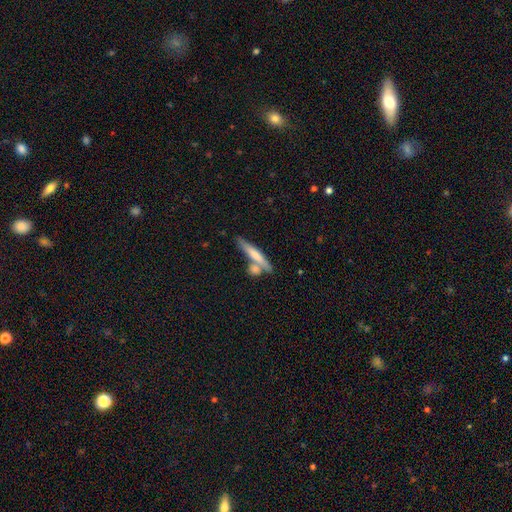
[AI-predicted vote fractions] This is likely a smooth galaxy (61%). How rounded: clearly cigar-shaped (88%). Merging: possibly none (58%).